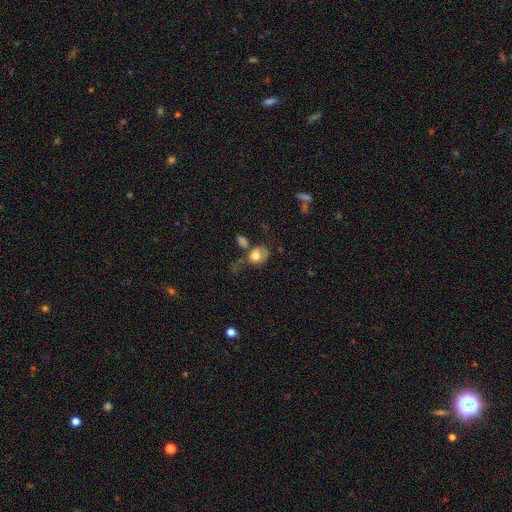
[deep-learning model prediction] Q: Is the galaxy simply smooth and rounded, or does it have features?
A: smooth — 72%.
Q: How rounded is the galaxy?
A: in between — 52%.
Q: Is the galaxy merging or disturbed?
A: none — 34%.